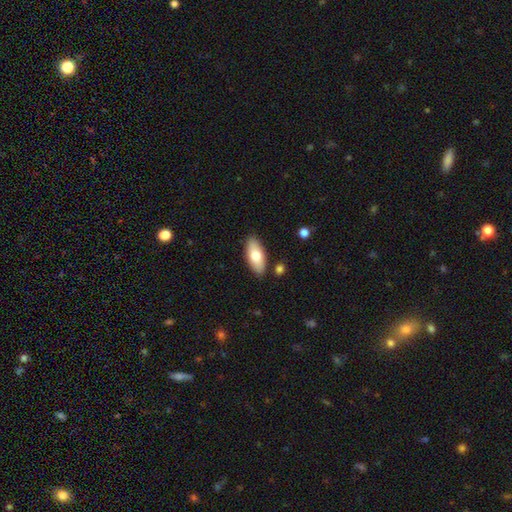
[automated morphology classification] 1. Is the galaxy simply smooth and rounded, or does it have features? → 72% smooth, 22% featured or disk, 6% star or artifact.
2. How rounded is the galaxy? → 84% in between, 14% cigar-shaped, 2% round.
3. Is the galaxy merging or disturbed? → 87% none, 9% minor disturbance, 3% merger, 2% major disturbance.